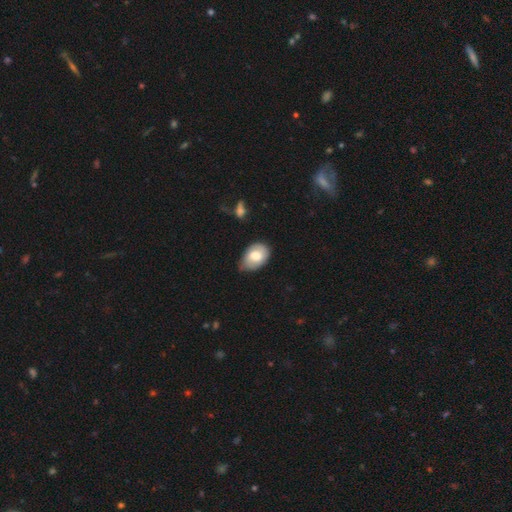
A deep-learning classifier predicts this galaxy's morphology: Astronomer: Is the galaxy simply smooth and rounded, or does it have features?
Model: smooth — 70%.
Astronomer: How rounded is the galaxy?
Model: in between — 85%.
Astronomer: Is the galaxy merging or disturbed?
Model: none — 48% (runner-up: minor disturbance, 41%).